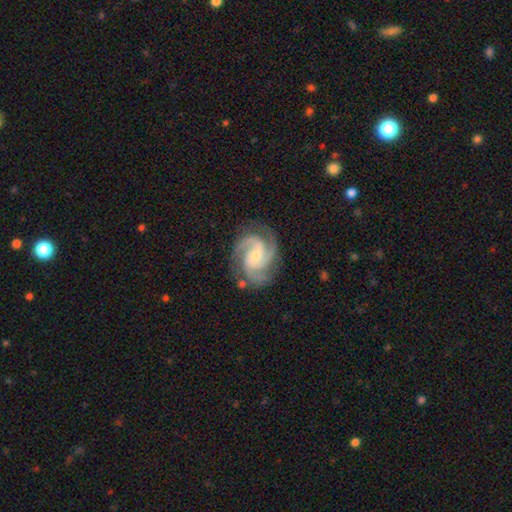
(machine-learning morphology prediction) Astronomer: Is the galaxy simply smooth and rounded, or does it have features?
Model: featured or disk — 93%.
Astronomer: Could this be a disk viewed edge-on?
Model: no — 98%.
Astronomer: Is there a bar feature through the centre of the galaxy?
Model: no — 60%.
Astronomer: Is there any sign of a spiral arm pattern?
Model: yes — 99%.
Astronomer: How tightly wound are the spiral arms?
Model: tight — 51% (runner-up: medium, 44%).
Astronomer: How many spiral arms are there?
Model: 3 — 68%.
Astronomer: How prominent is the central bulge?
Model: small — 60% (runner-up: moderate, 35%).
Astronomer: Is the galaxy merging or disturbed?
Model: none — 79%.